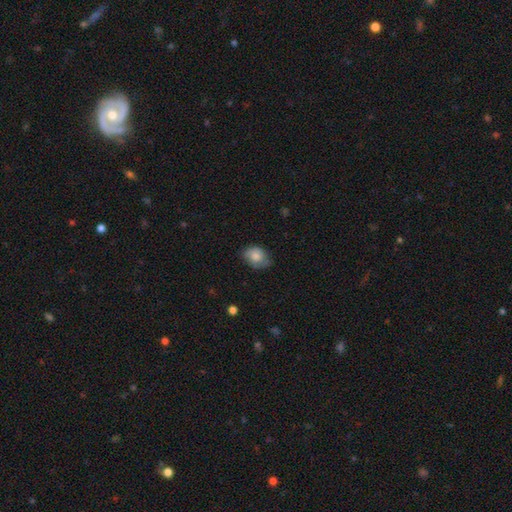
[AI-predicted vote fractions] smooth-or-featured: smooth: 78% | featured or disk: 14% | star or artifact: 7%
  how-rounded: in between: 68% | round: 31% | cigar-shaped: 1%
  merging: none: 65% | minor disturbance: 28% | major disturbance: 6% | merger: 1%